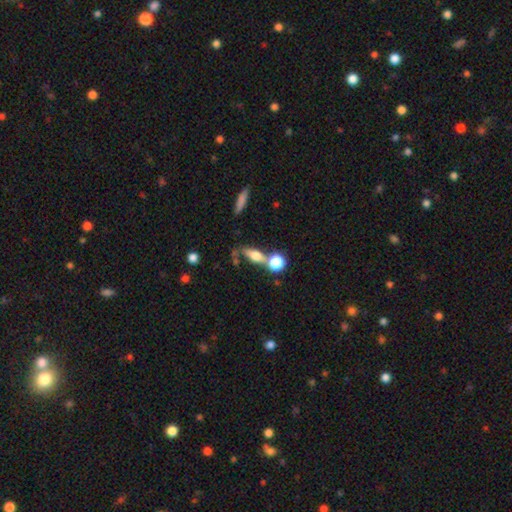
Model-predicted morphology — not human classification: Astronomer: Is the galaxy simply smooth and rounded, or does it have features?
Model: smooth — 62%.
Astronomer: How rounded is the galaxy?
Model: in between — 51% (runner-up: cigar-shaped, 31%).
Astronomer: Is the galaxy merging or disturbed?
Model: none — 52% (runner-up: merger, 29%).